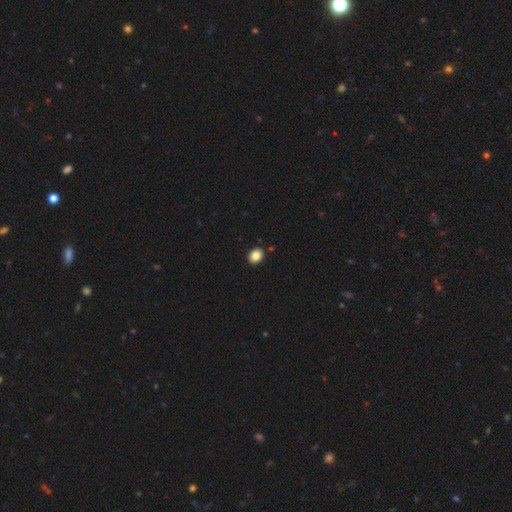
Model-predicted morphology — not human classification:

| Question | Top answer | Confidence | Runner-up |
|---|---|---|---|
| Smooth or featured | smooth | 86% | star or artifact (9%) |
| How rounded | in between | 52% | round (47%) |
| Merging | none | 90% | minor disturbance (7%) |